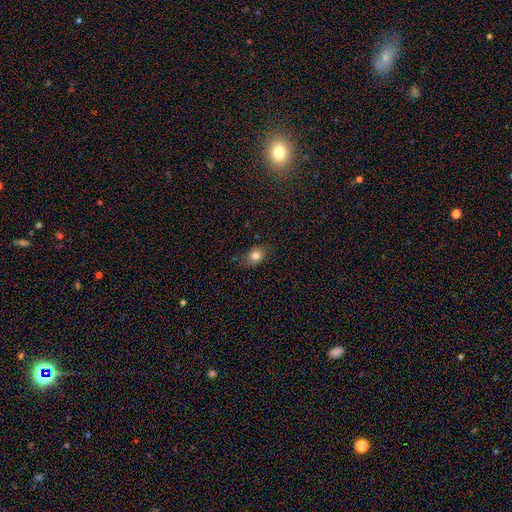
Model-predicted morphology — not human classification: Q: Smooth or featured?
A: smooth (81%); runner-up: star or artifact (10%)
Q: How rounded?
A: in between (67%); runner-up: round (32%)
Q: Merging?
A: none (75%); runner-up: minor disturbance (19%)